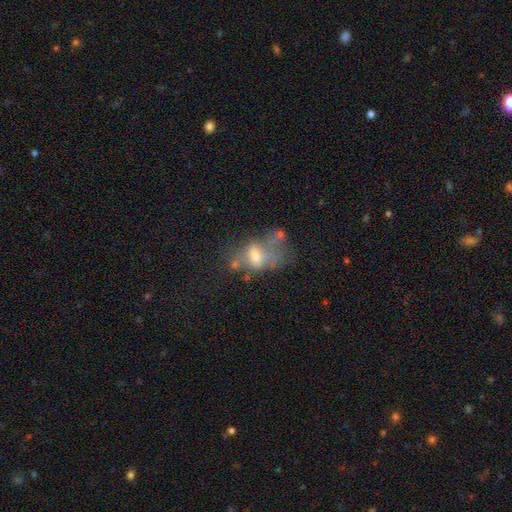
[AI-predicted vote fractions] Morphology: type=smooth (43%); merging=major disturbance (37%).